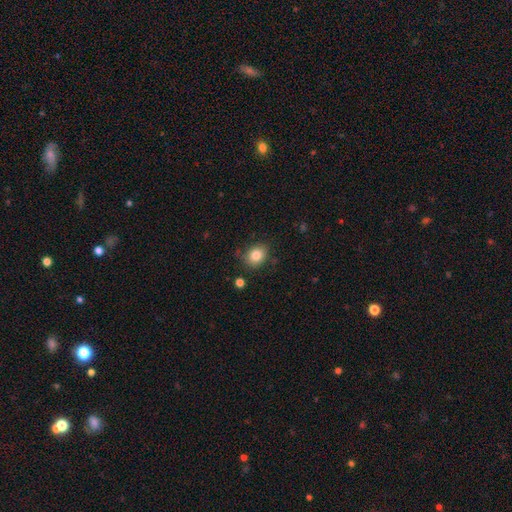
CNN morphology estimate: Smooth or featured?
  - smooth: 83% *
  - star or artifact: 10%
  - featured or disk: 7%
How rounded?
  - round: 56% *
  - in between: 43%
  - cigar-shaped: 1%
Merging?
  - none: 80% *
  - minor disturbance: 14%
  - major disturbance: 3%
  - merger: 3%